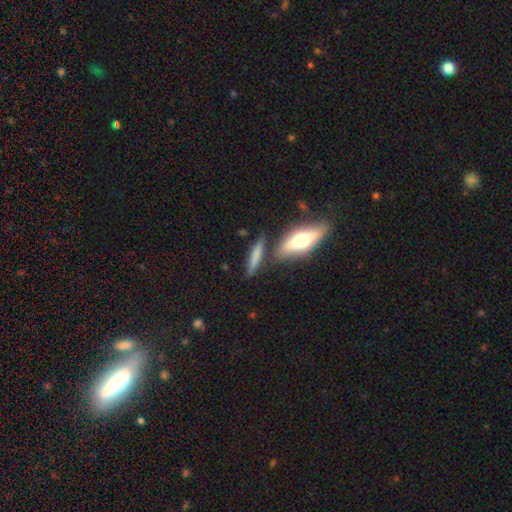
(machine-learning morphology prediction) Smooth or featured: smooth — 68% (featured or disk — 25%)
How rounded: cigar-shaped — 81% (in between — 15%)
Merging: none — 69% (merger — 15%)